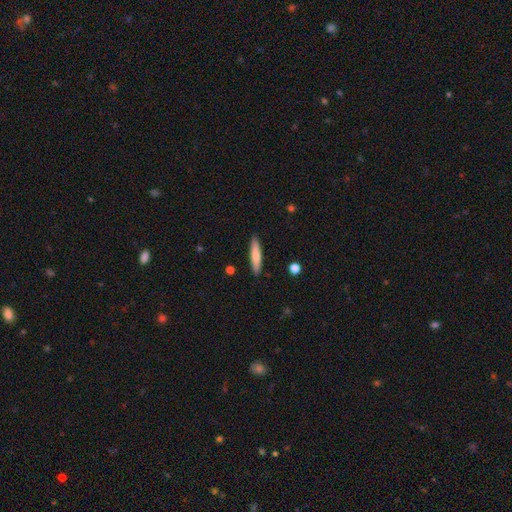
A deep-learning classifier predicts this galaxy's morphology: Overall: smooth (74%). How rounded: cigar-shaped (87%). Merging: none (90%).